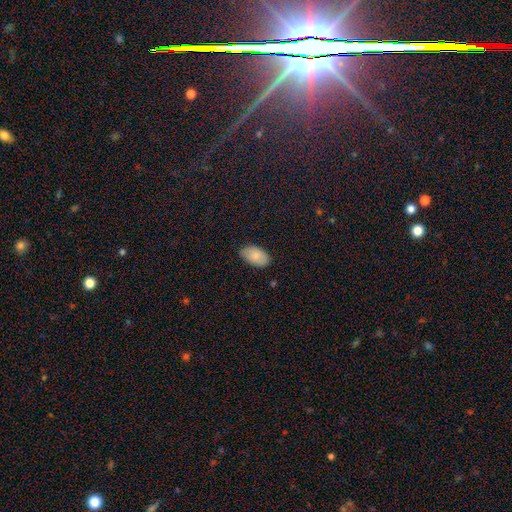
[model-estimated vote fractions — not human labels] This is clearly a smooth galaxy (85%). How rounded: clearly in between (95%). Merging: clearly none (83%).